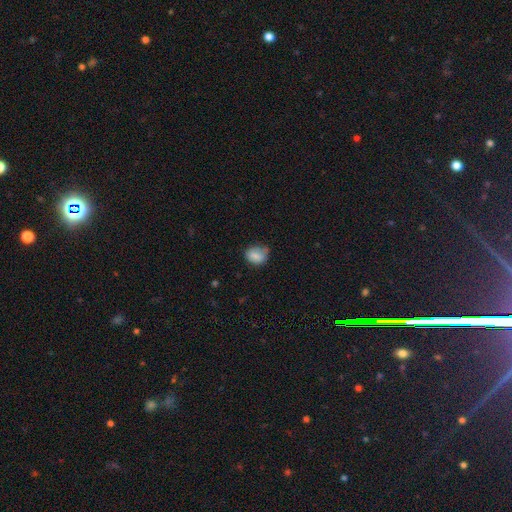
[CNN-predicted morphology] smooth 80%, featured or disk 12%, star or artifact 9%. Down the decision tree: how rounded — in between (53%); merging — none (55%).